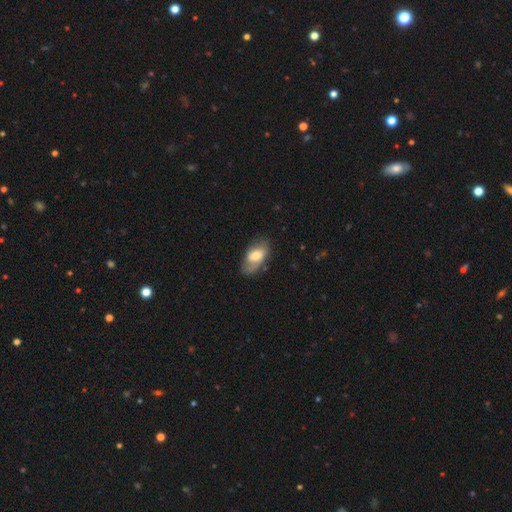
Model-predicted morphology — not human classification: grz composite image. It shows a smooth galaxy with no disk features (52%) that is in between round and cigar-shaped (92%). Merging: none (62%).